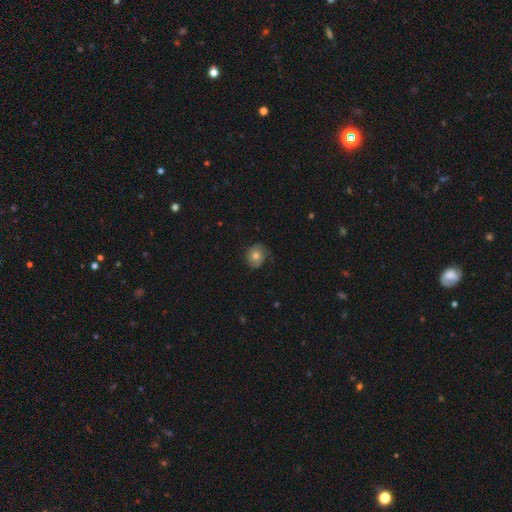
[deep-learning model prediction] Smooth or featured? Predicted: smooth (p=0.59). How rounded? Predicted: round (p=0.73). Merging? Predicted: none (p=0.71).